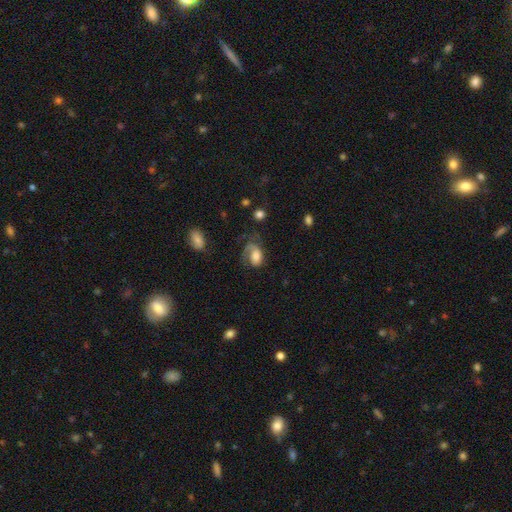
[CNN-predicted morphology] Smooth or featured? Predicted: featured or disk (p=0.52). Edge-on disk? Predicted: no (p=0.97). Merging? Predicted: major disturbance (p=0.40).